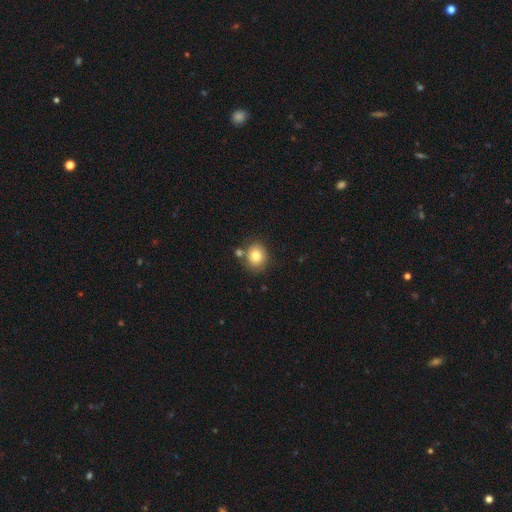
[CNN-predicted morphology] The model was most divided on "how rounded": round: 71%, in between: 28%, cigar-shaped: 1%. More confident: smooth or featured — smooth (80%); merging — none (72%).